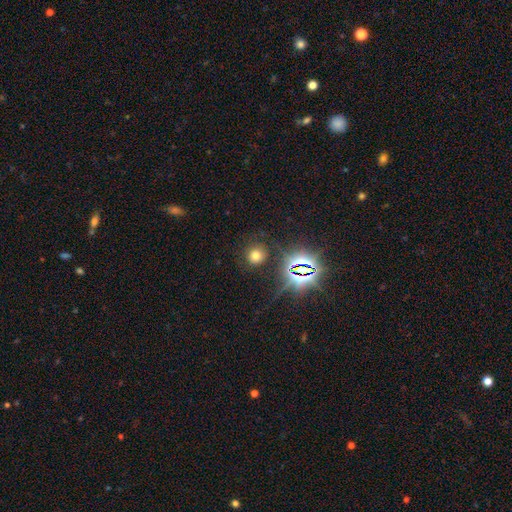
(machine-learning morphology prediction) Overall: smooth (64%; star or artifact 28%). How rounded: round (89%). Merging: none (85%).